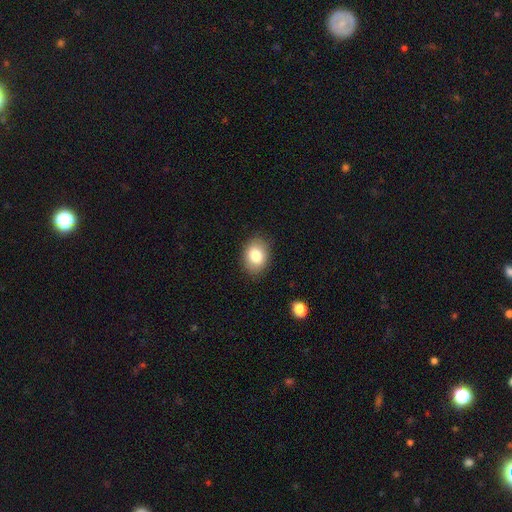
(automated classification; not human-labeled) Overall: smooth (82%). How rounded: in between (71%). Merging: none (87%).